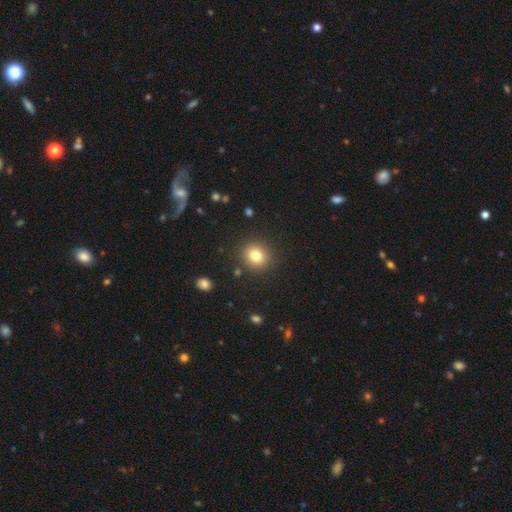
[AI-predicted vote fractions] Smooth or featured: smooth — 80% (star or artifact — 12%)
How rounded: round — 83% (in between — 16%)
Merging: none — 88% (minor disturbance — 7%)